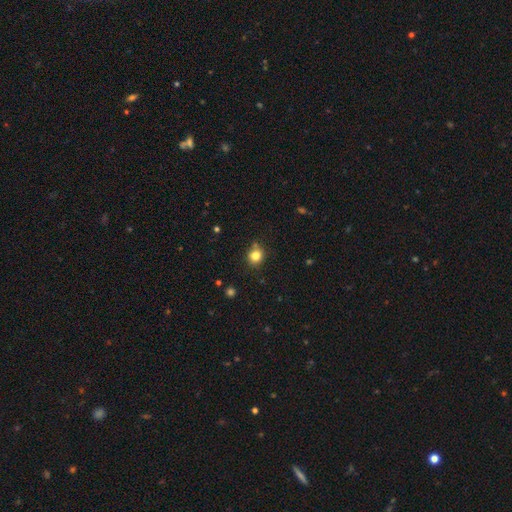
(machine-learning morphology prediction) This appears to be a smooth galaxy with no disk features (81%) that is round (83%). Merging: none (78%).